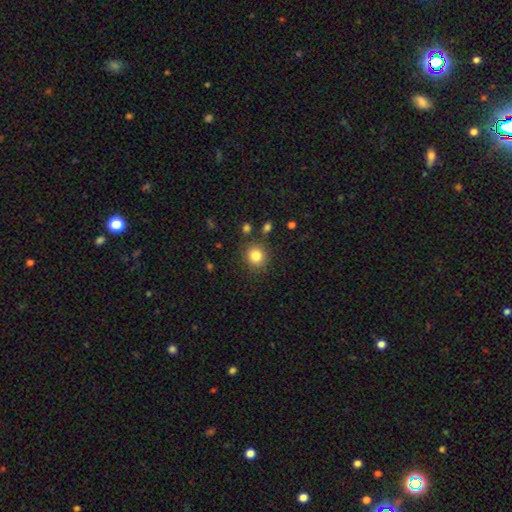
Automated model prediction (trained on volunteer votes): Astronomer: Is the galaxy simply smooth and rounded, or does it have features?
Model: smooth — 84%.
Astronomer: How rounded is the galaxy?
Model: round — 87%.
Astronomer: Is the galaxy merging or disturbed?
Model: none — 84%.